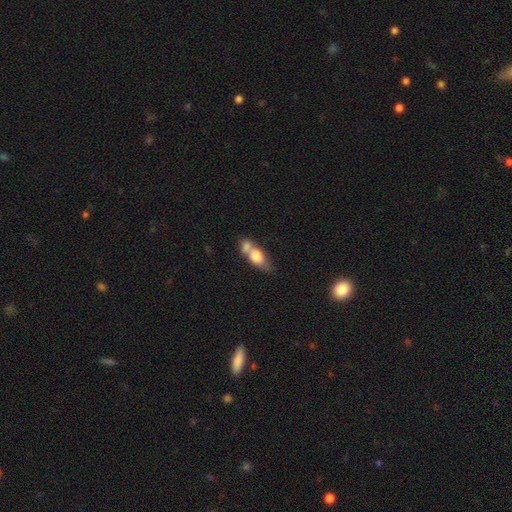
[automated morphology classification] Smooth or featured: smooth — 70% (featured or disk — 22%)
How rounded: in between — 70% (round — 15%)
Merging: merger — 63% (none — 22%)